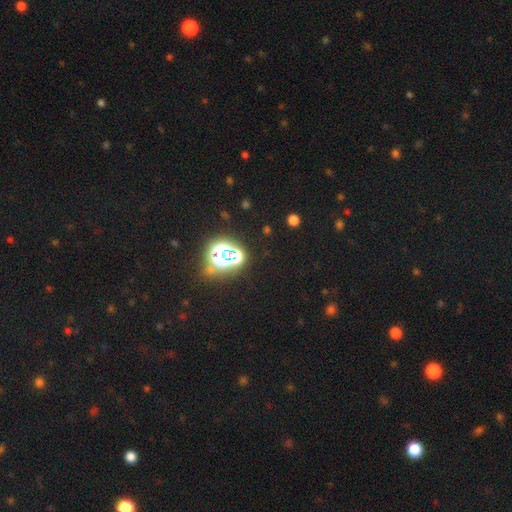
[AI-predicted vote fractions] Smooth or featured: star or artifact — 76% (smooth — 17%)